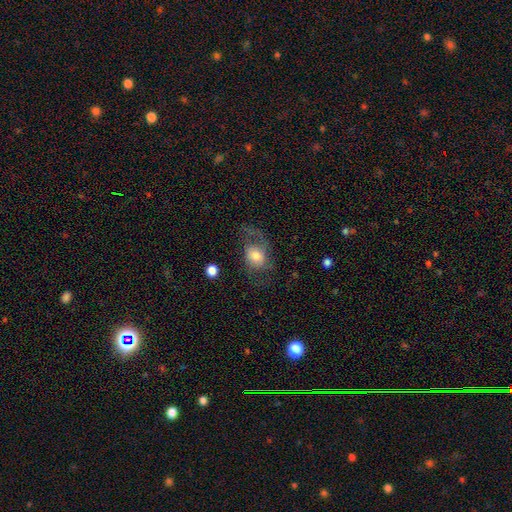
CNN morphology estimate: Q: Smooth or featured?
A: smooth (49%); runner-up: featured or disk (43%)
Q: Merging?
A: none (39%); runner-up: major disturbance (38%)